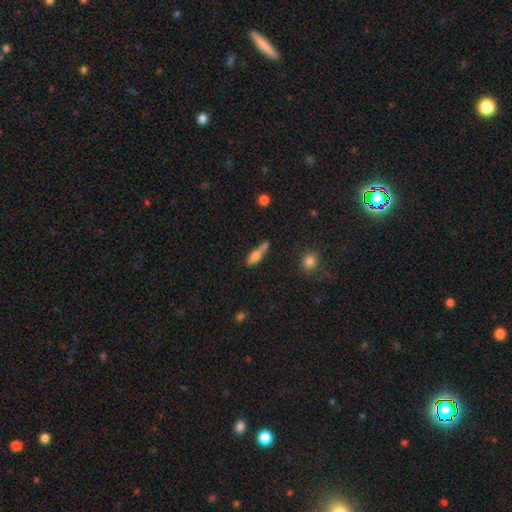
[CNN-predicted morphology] This appears to be a smooth galaxy with no disk features (65%) that is cigar-shaped (57%). Merging: none (45%).